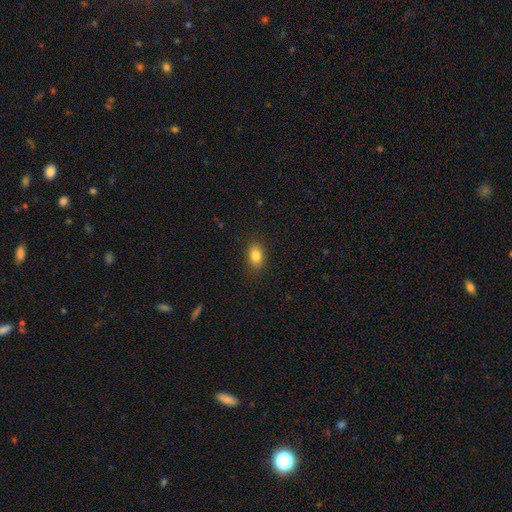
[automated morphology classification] Overall: smooth (83%). How rounded: in between (86%). Merging: none (86%).